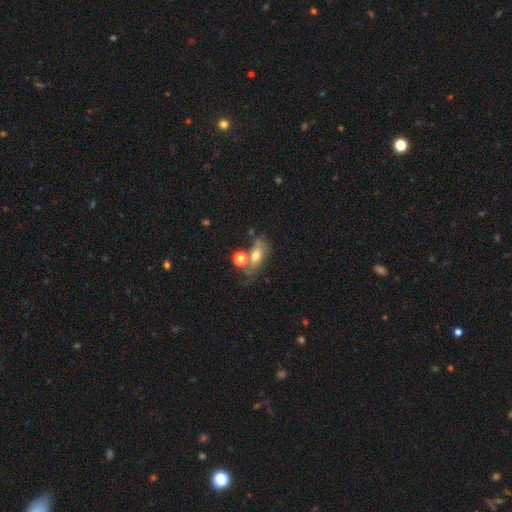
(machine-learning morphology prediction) Smooth or featured?
  - smooth: 59% *
  - featured or disk: 30%
  - star or artifact: 11%
How rounded?
  - in between: 74% *
  - round: 17%
  - cigar-shaped: 9%
Merging?
  - none: 42% *
  - merger: 26%
  - minor disturbance: 19%
  - major disturbance: 13%